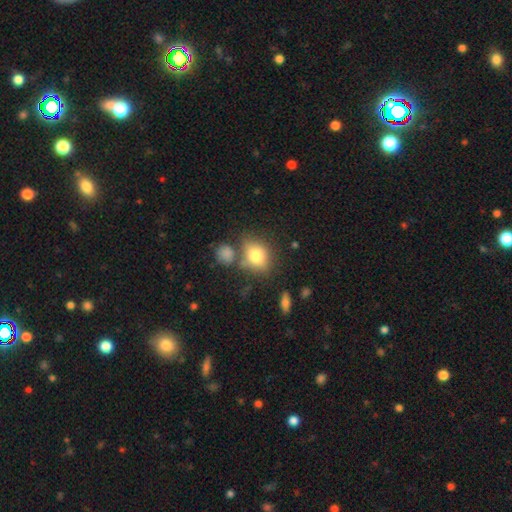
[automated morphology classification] smooth-or-featured: smooth: 77% | featured or disk: 13% | star or artifact: 10%
  how-rounded: in between: 56% | round: 42% | cigar-shaped: 2%
  merging: none: 59% | minor disturbance: 17% | merger: 17% | major disturbance: 7%